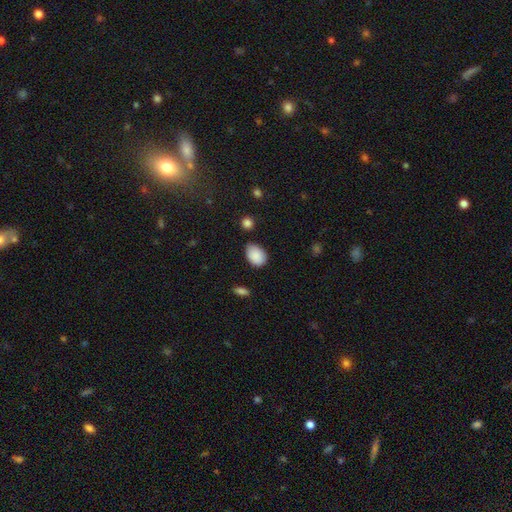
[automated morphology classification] Overall: smooth (88%). How rounded: in between (79%). Merging: none (69%).